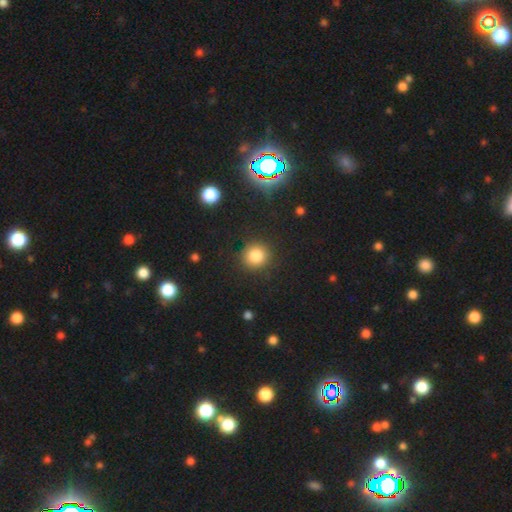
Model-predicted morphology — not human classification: This is clearly a smooth galaxy (82%). How rounded: clearly round (89%). Merging: clearly none (88%).